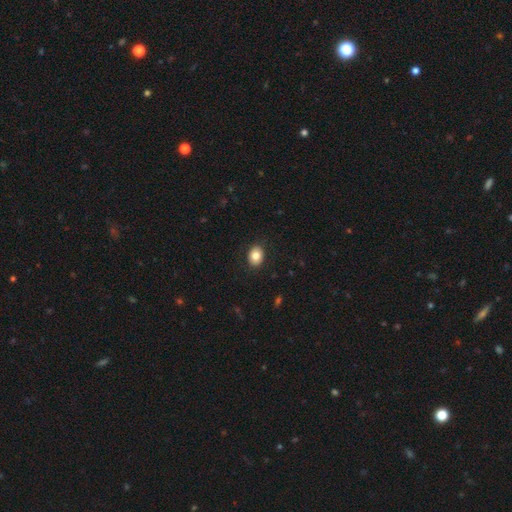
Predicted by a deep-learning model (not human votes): This is clearly a smooth galaxy (83%). How rounded: likely in between (63%). Merging: clearly none (88%).